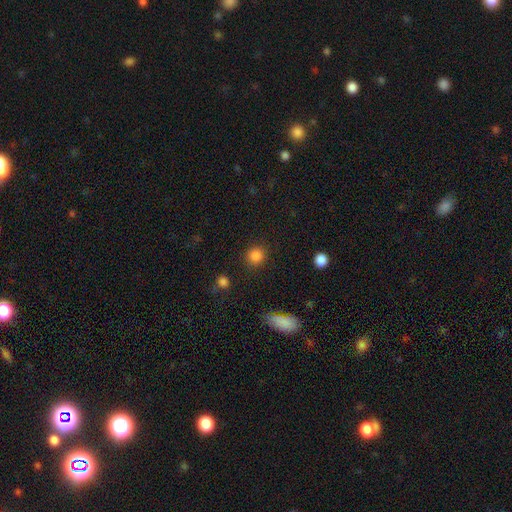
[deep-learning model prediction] smooth_or_featured: smooth (p=0.84) [alt: star or artifact p=0.12]
how_rounded: round (p=0.90) [alt: in between p=0.09]
merging: none (p=0.88) [alt: minor disturbance p=0.07]